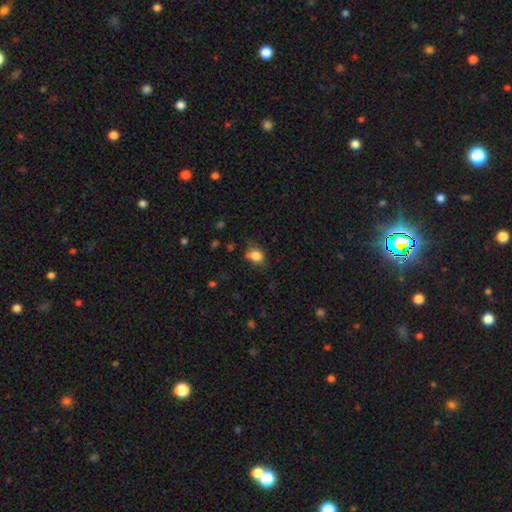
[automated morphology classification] Q: Smooth or featured?
A: smooth (82%); runner-up: star or artifact (10%)
Q: How rounded?
A: in between (60%); runner-up: round (39%)
Q: Merging?
A: none (53%); runner-up: minor disturbance (32%)